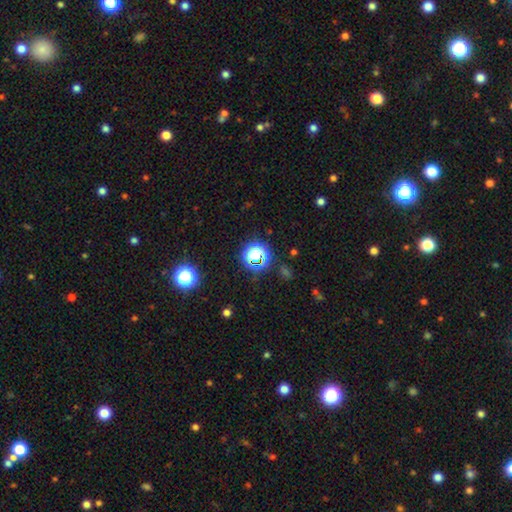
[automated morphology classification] Q: Smooth or featured?
A: star or artifact (62%); runner-up: smooth (29%)